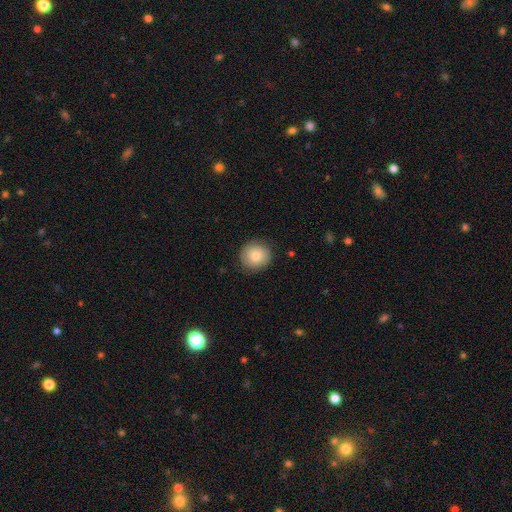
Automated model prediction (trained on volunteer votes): smooth-or-featured: smooth: 79% | featured or disk: 13% | star or artifact: 8%
  how-rounded: round: 92% | in between: 7% | cigar-shaped: 1%
  merging: none: 86% | minor disturbance: 10% | major disturbance: 2% | merger: 1%